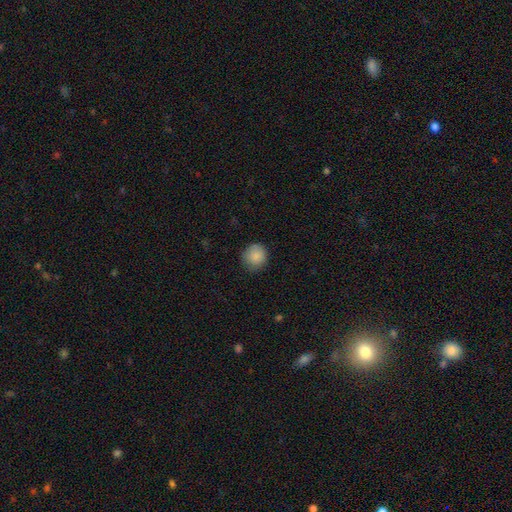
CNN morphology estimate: A smooth galaxy with no disk features (87%) that is round (91%).

Vote fractions:
- Smooth or featured? smooth: 87% / star or artifact: 8% / featured or disk: 5%
- How rounded? round: 91% / in between: 8% / cigar-shaped: 1%
- Merging? none: 82% / minor disturbance: 14% / major disturbance: 3% / merger: 1%